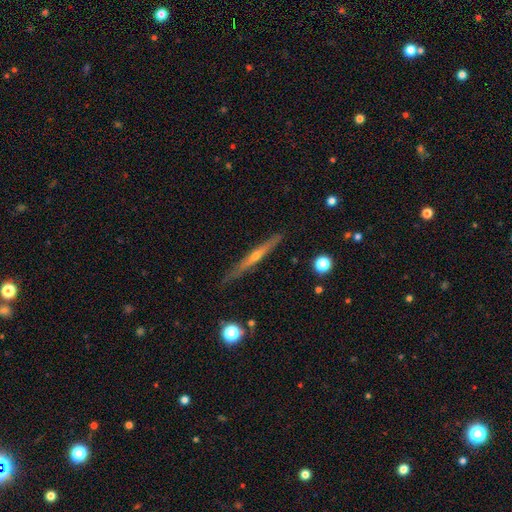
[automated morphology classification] Smooth or featured?
  - featured or disk: 71% *
  - smooth: 23%
  - star or artifact: 6%
Edge-on disk?
  - yes: 96% *
  - no: 4%
Edge-on bulge?
  - rounded: 69% *
  - none: 28%
  - boxy: 3%
Merging?
  - none: 84% *
  - minor disturbance: 13%
  - major disturbance: 2%
  - merger: 2%